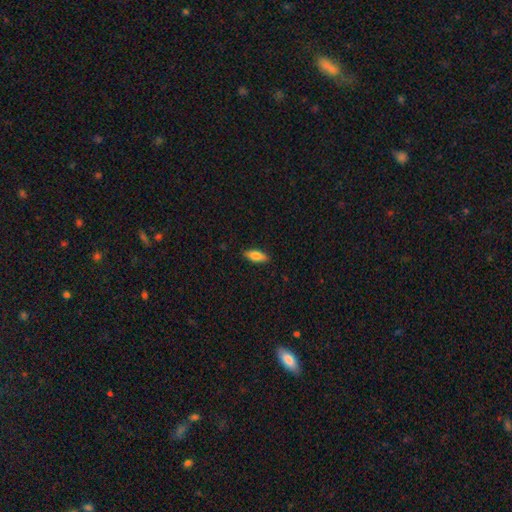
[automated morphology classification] Smooth or featured: smooth — 80% (featured or disk — 14%)
How rounded: in between — 73% (cigar-shaped — 24%)
Merging: none — 88% (minor disturbance — 9%)